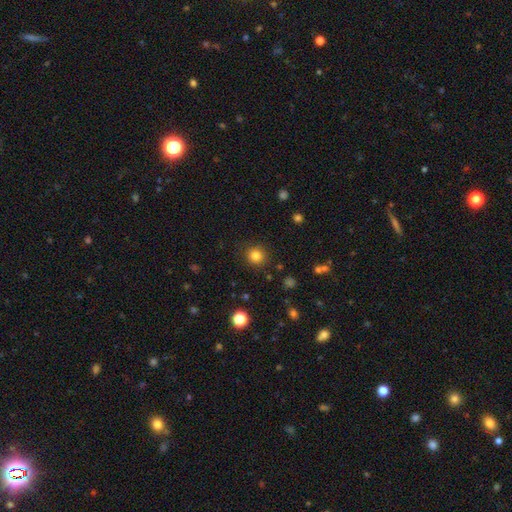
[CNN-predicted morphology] This is clearly a smooth galaxy (82%). How rounded: clearly round (93%). Merging: clearly none (90%).